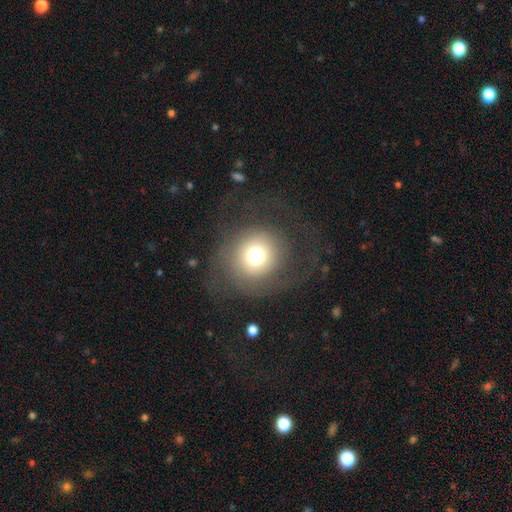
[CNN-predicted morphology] Smooth or featured: smooth — 61% (featured or disk — 25%)
How rounded: round — 93% (in between — 6%)
Merging: none — 59% (major disturbance — 25%)